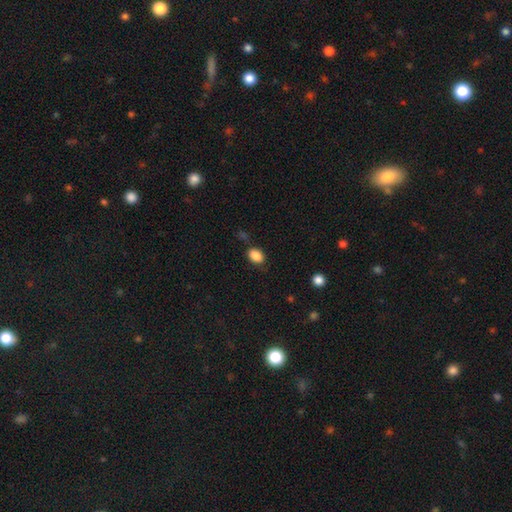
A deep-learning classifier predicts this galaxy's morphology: This is clearly a smooth galaxy (87%). How rounded: likely in between (78%). Merging: likely none (77%).